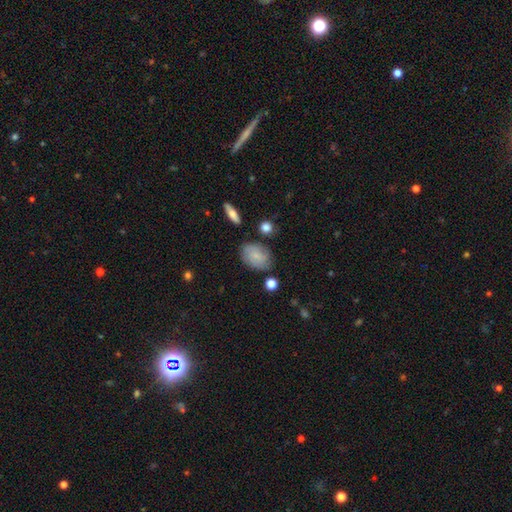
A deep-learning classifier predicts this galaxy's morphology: Overall: smooth (58%; featured or disk 33%). How rounded: in between (74%). Merging: none (74%).